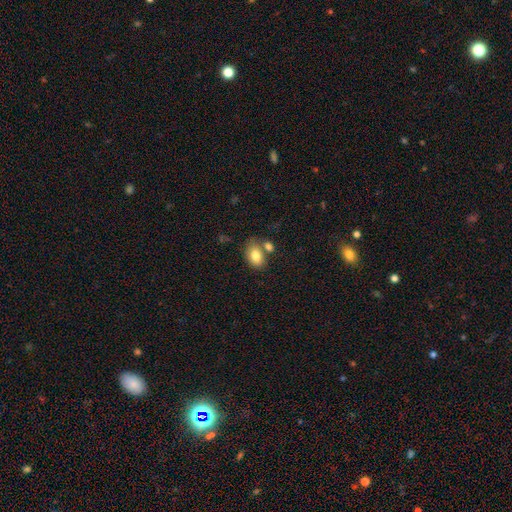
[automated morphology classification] Smooth or featured? smooth (81%)
How rounded? in between (83%)
Merging? none (58%)